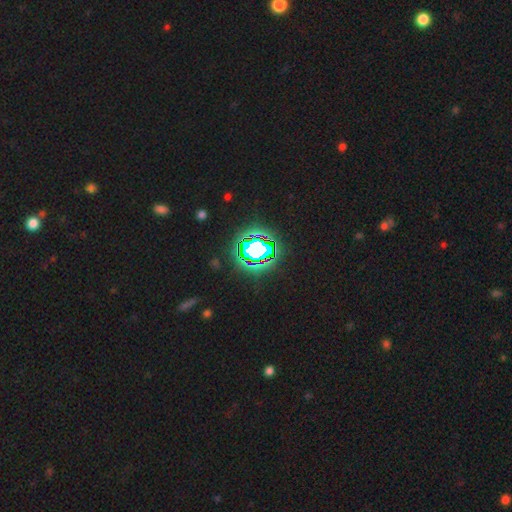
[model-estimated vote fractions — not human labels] smooth-or-featured: star or artifact: 81% | smooth: 13% | featured or disk: 7%